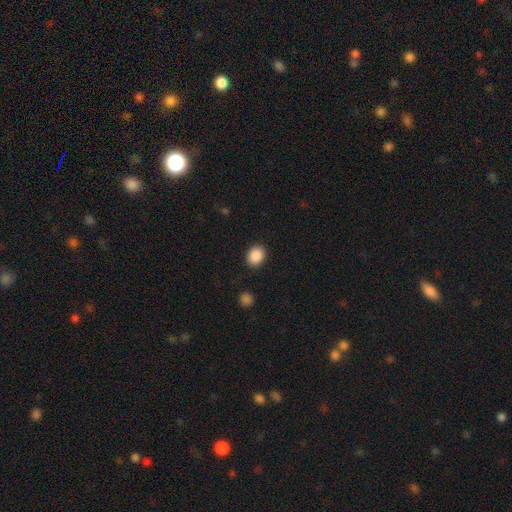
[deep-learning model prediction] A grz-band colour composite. It shows a smooth galaxy with no disk features (89%) that is in between round and cigar-shaped (51%). Merging: none (89%).